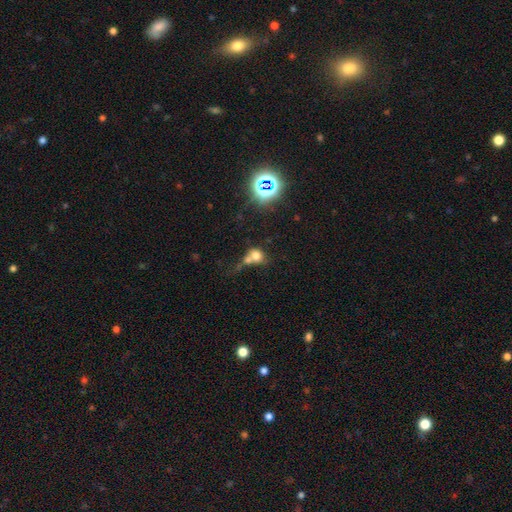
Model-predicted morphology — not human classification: Smooth or featured: smooth — 69% (star or artifact — 18%)
How rounded: round — 68% (in between — 31%)
Merging: merger — 49% (none — 31%)